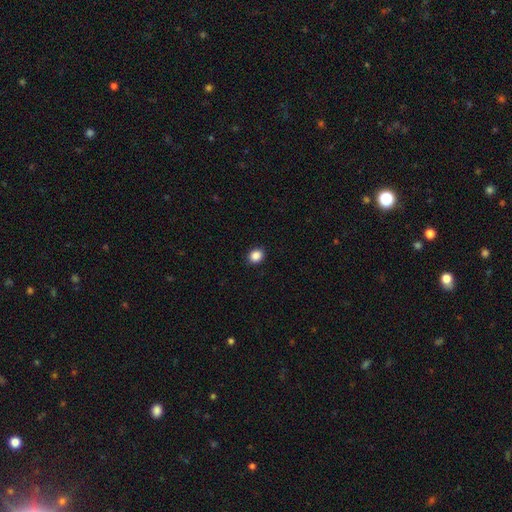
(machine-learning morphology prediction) This appears to be a smooth galaxy with no disk features (87%) that is round (65%). Merging: none (91%).